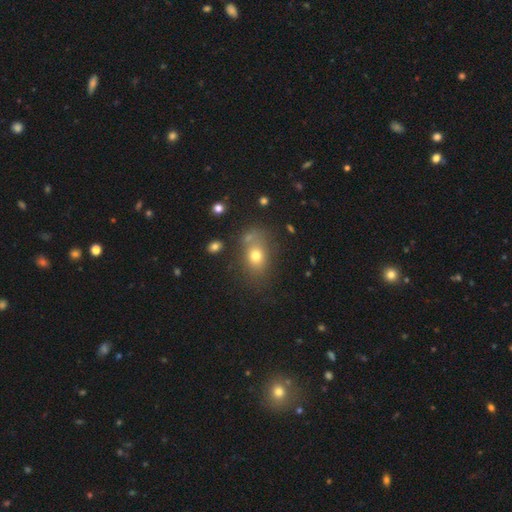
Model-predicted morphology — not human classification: Q: Smooth or featured?
A: smooth (73%); runner-up: star or artifact (14%)
Q: How rounded?
A: in between (66%); runner-up: round (33%)
Q: Merging?
A: none (65%); runner-up: minor disturbance (16%)